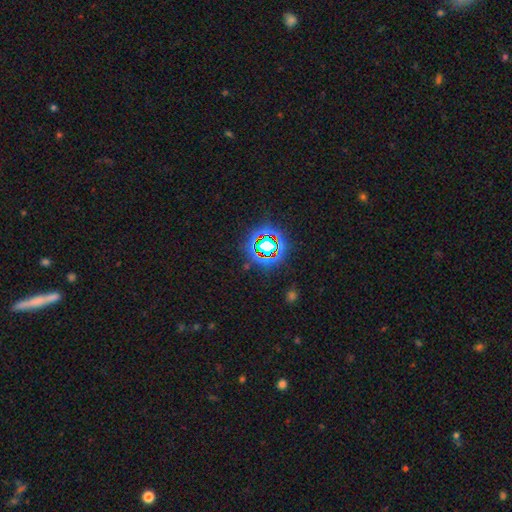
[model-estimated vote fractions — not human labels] Smooth or featured? star or artifact (78%)